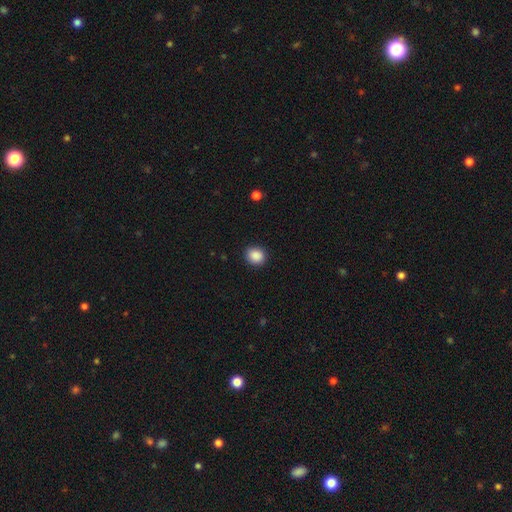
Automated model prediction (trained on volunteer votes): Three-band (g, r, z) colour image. It shows a smooth galaxy with no disk features (89%) that is round (71%). Merging: none (89%).